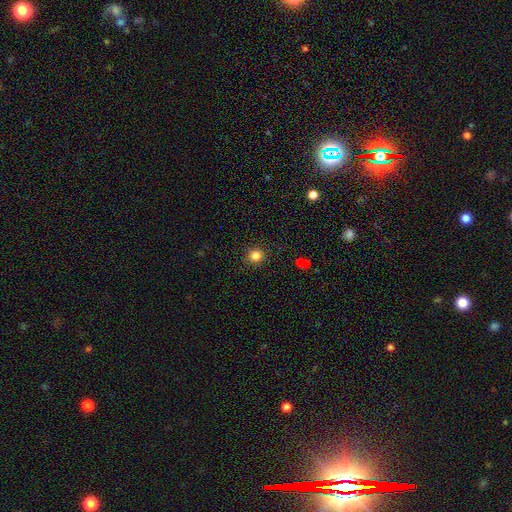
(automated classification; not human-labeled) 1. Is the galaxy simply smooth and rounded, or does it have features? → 82% smooth, 13% star or artifact, 5% featured or disk.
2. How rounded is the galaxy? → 92% round, 7% in between, 1% cigar-shaped.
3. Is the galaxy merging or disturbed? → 91% none, 6% minor disturbance, 2% major disturbance, 1% merger.